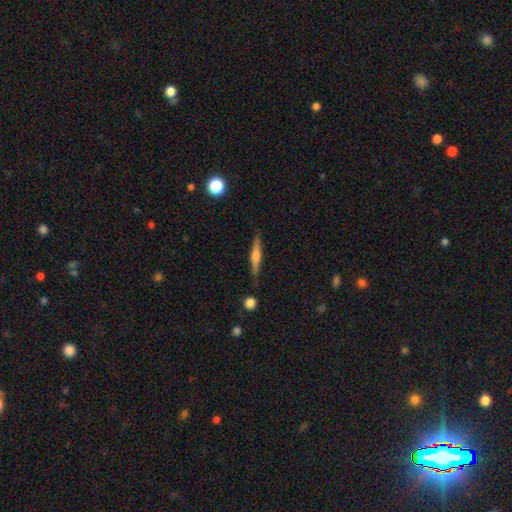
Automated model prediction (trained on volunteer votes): smooth-or-featured: featured or disk: 59% | smooth: 34% | star or artifact: 7%
  disk-edge-on: yes: 97% | no: 3%
    edge-on-bulge: rounded: 82% | boxy: 10% | none: 8%
  merging: none: 86% | minor disturbance: 10% | merger: 2% | major disturbance: 2%